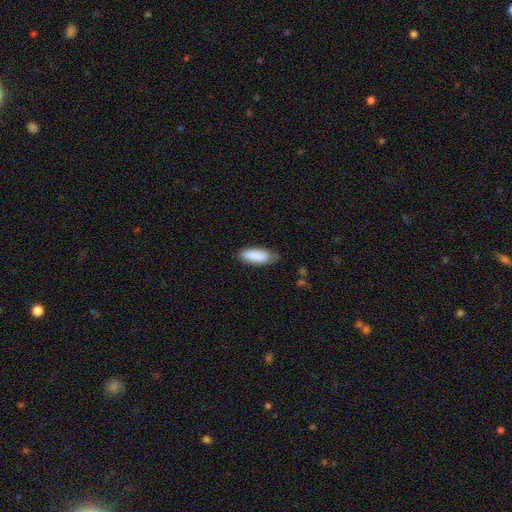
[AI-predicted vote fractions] Q: Smooth or featured?
A: smooth (88%); runner-up: star or artifact (6%)
Q: How rounded?
A: in between (74%); runner-up: cigar-shaped (24%)
Q: Merging?
A: none (70%); runner-up: minor disturbance (25%)